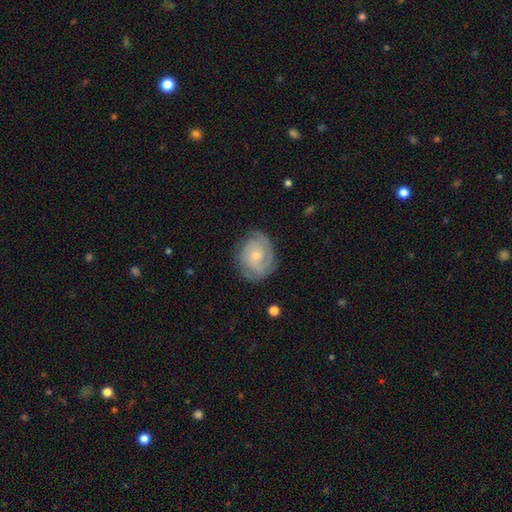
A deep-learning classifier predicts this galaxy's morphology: This appears to be a featured or disk galaxy (76%) with no bar (73%), 2 (31%) tight (65%) spiral arms (94%) and a small central bulge (64%). Merging: none (76%).